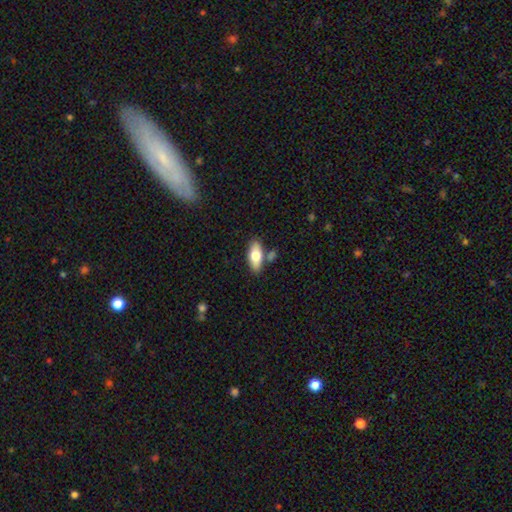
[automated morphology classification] type=smooth (71%); roundness=in between (82%); merging=none (76%).